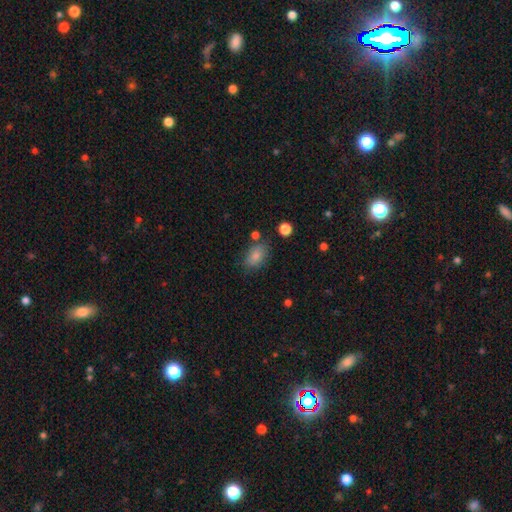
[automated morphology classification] type=smooth (83%); roundness=in between (86%); merging=none (71%).